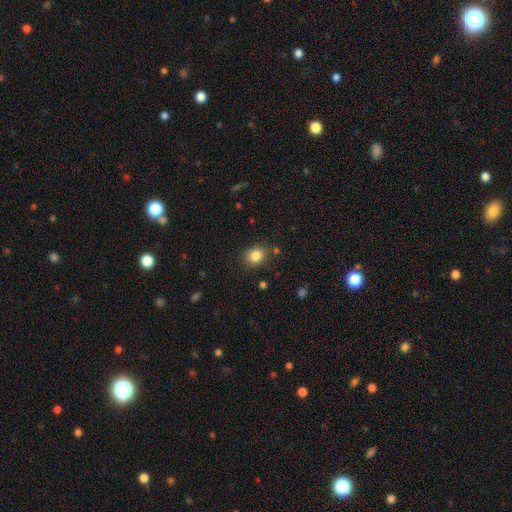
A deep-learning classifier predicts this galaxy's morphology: Q: Smooth or featured?
A: smooth (84%); runner-up: star or artifact (11%)
Q: How rounded?
A: round (63%); runner-up: in between (36%)
Q: Merging?
A: none (83%); runner-up: minor disturbance (11%)